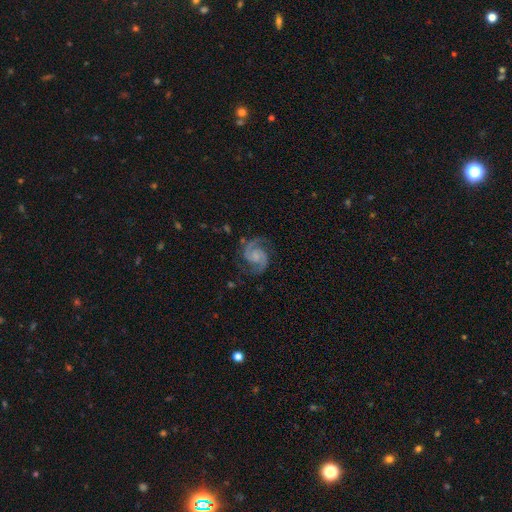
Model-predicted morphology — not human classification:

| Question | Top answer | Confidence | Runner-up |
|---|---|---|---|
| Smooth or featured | featured or disk | 92% | star or artifact (5%) |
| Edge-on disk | no | 99% | yes (1%) |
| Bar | no | 59% | weak (34%) |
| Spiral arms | yes | 98% | no (2%) |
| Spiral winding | medium | 59% | tight (27%) |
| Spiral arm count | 2 | 94% | can't tell (2%) |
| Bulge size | small | 39% | none (38%) |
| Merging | none | 79% | minor disturbance (14%) |